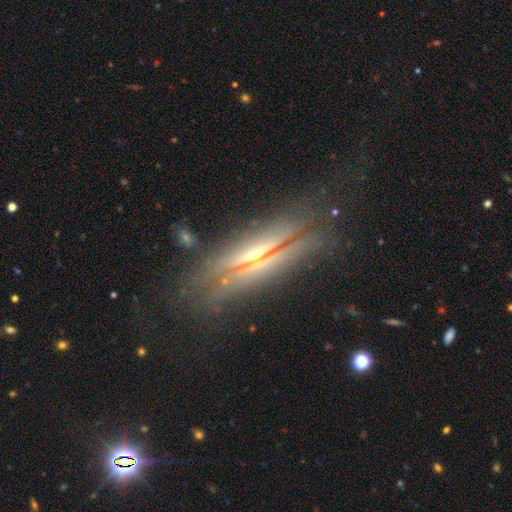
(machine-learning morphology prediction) featured or disk 78%, smooth 13%, star or artifact 9%. Down the decision tree: edge-on disk — yes (91%); edge-on bulge — rounded (84%); merging — none (71%).